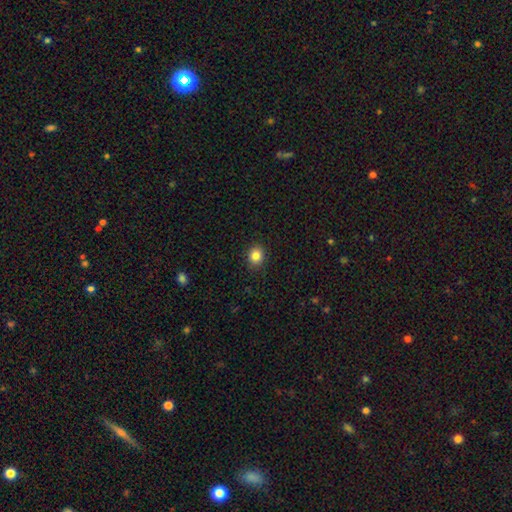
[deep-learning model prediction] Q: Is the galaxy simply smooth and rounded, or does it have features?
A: smooth — 84%.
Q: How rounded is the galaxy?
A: round — 76%.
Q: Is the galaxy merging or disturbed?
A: none — 90%.